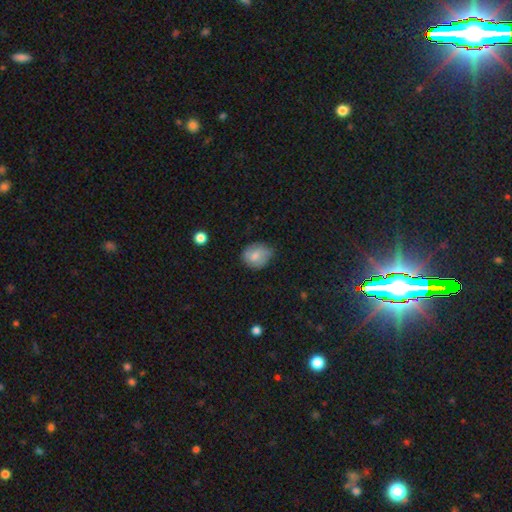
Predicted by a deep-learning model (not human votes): This appears to be a smooth galaxy with no disk features (73%) that is round (63%). Merging: none (59%).